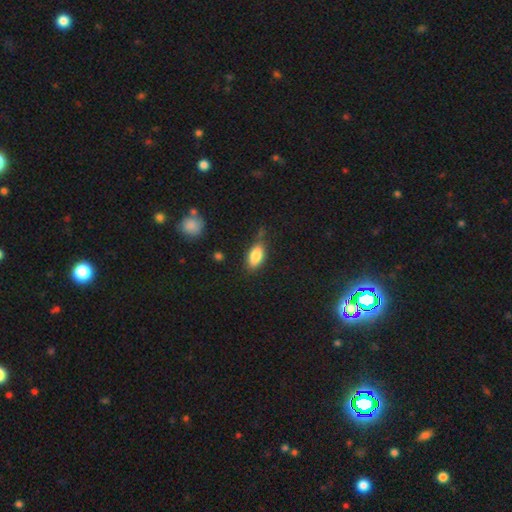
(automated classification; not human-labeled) Smooth or featured? smooth (83%)
How rounded? in between (88%)
Merging? none (66%)